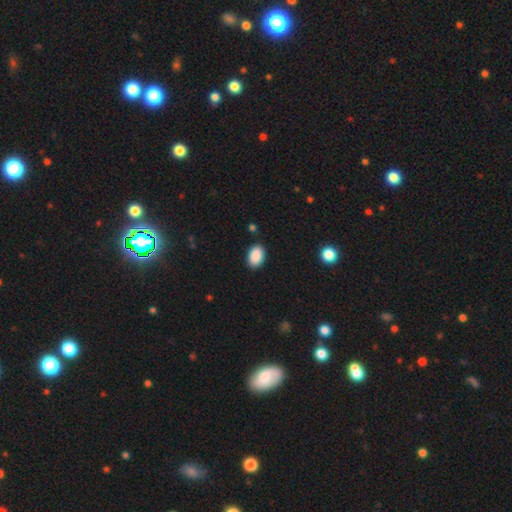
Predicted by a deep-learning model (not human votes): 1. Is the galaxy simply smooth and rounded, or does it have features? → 90% smooth, 7% star or artifact, 3% featured or disk.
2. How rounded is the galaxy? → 87% in between, 12% round, 1% cigar-shaped.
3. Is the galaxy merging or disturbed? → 88% none, 8% minor disturbance, 2% major disturbance, 1% merger.